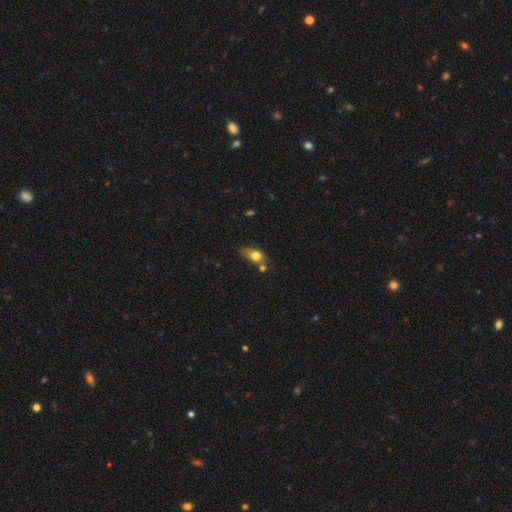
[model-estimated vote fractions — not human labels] smooth-or-featured: smooth: 73% | featured or disk: 18% | star or artifact: 9%
  how-rounded: in between: 72% | round: 20% | cigar-shaped: 8%
  merging: none: 49% | minor disturbance: 26% | merger: 16% | major disturbance: 8%